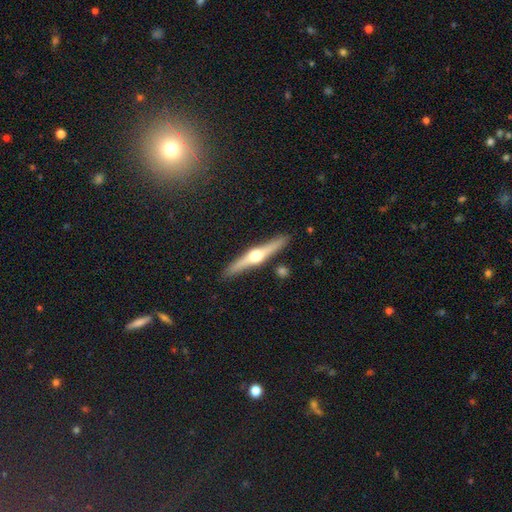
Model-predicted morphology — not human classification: Overall: featured or disk (76%). Edge-on disk: yes (98%). Edge-on bulge: rounded (95%). Merging: none (89%).